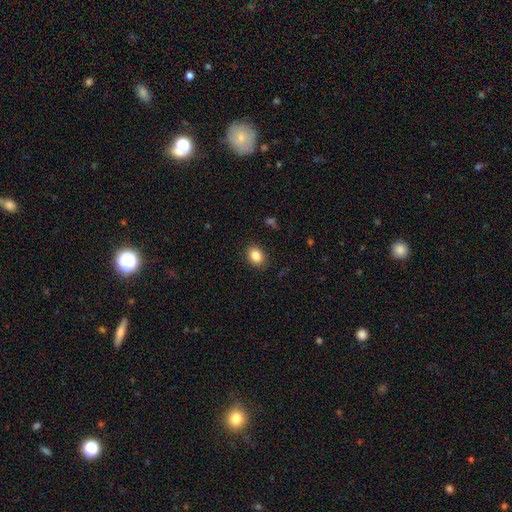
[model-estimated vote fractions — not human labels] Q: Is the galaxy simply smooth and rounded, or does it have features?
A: smooth — 85%.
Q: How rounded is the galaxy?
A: in between — 61%.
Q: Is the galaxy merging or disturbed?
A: none — 87%.